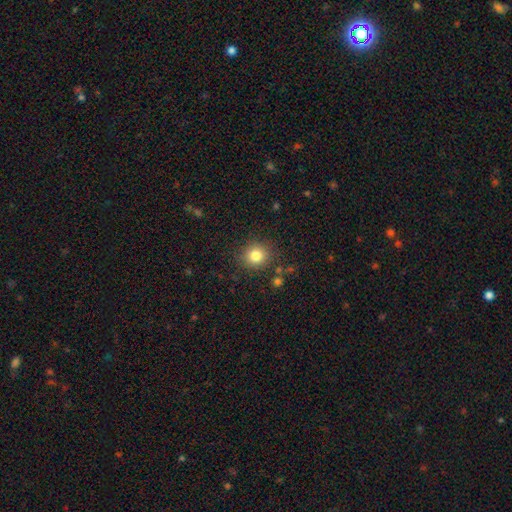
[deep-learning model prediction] This is clearly a smooth galaxy (81%). How rounded: clearly round (86%). Merging: clearly none (86%).